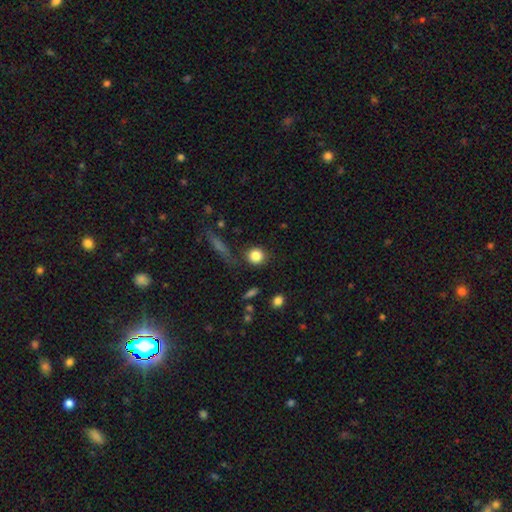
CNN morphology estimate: Smooth or featured: smooth — 84% (star or artifact — 10%)
How rounded: round — 87% (in between — 11%)
Merging: none — 82% (minor disturbance — 10%)